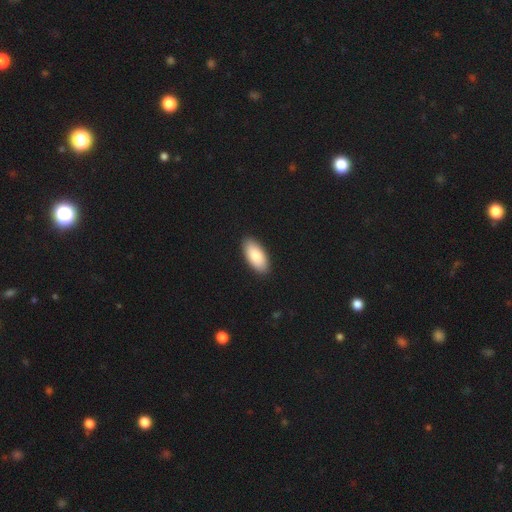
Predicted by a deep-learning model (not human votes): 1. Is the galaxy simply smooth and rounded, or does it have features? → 84% smooth, 11% featured or disk, 5% star or artifact.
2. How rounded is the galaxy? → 92% in between, 6% cigar-shaped, 2% round.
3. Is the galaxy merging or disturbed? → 90% none, 7% minor disturbance, 2% major disturbance, 1% merger.